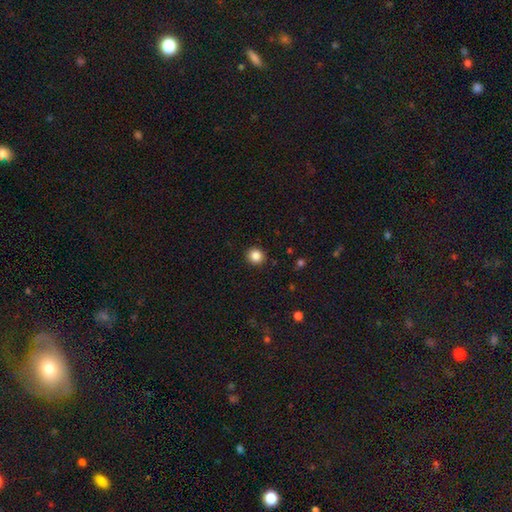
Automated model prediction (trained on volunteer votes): This appears to be a smooth galaxy with no disk features (85%) that is round (89%). Merging: none (92%).